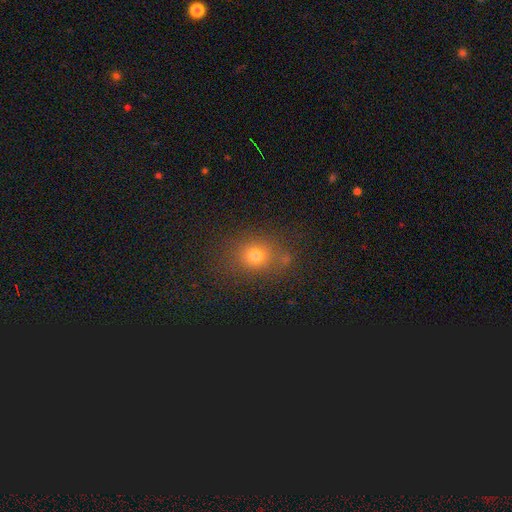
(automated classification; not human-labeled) Q: Smooth or featured?
A: smooth (72%); runner-up: star or artifact (19%)
Q: How rounded?
A: round (67%); runner-up: in between (32%)
Q: Merging?
A: none (77%); runner-up: minor disturbance (14%)